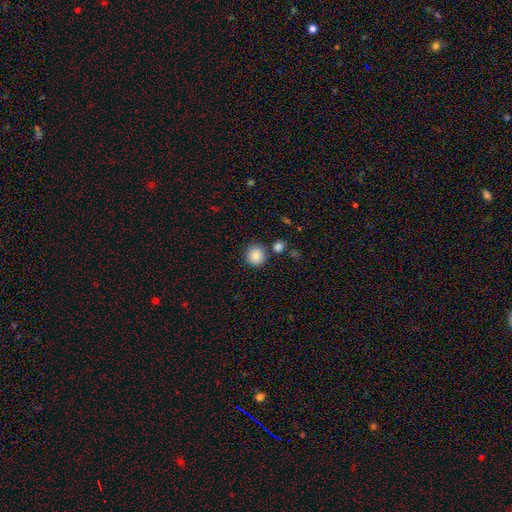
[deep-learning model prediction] Smooth or featured? Predicted: smooth (p=0.87). How rounded? Predicted: round (p=0.93). Merging? Predicted: none (p=0.82).